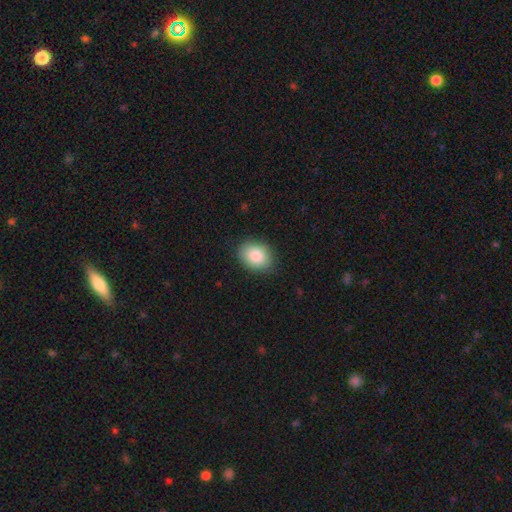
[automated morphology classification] Smooth or featured? Predicted: smooth (p=0.86). How rounded? Predicted: in between (p=0.65). Merging? Predicted: none (p=0.85).